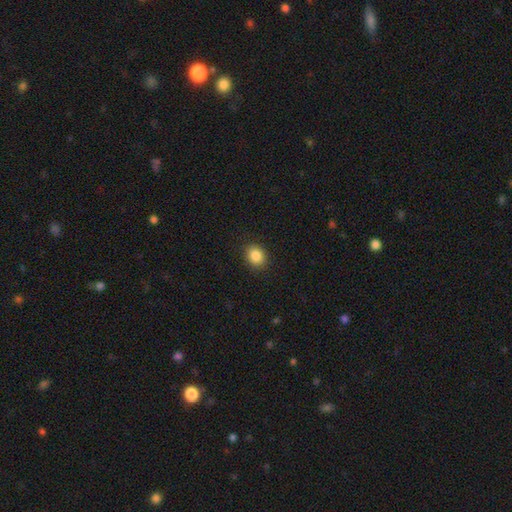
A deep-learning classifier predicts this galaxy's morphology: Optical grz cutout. It shows a smooth galaxy with no disk features (86%) that is round (58%). Merging: none (90%).